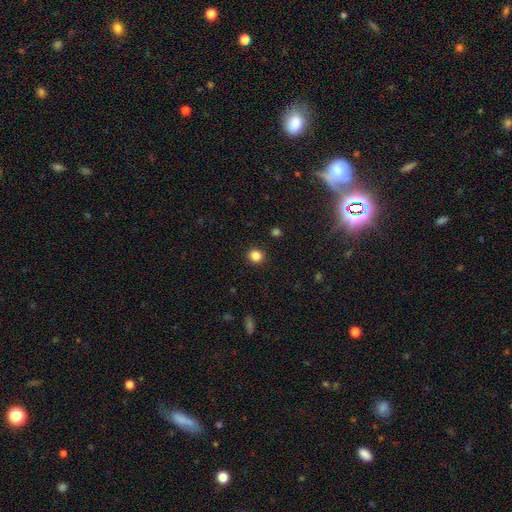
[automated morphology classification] A smooth galaxy with no disk features (85%) that is round (86%).

Vote fractions:
- Smooth or featured? smooth: 85% / star or artifact: 11% / featured or disk: 4%
- How rounded? round: 86% / in between: 13% / cigar-shaped: 1%
- Merging? none: 92% / minor disturbance: 5% / major disturbance: 2% / merger: 1%